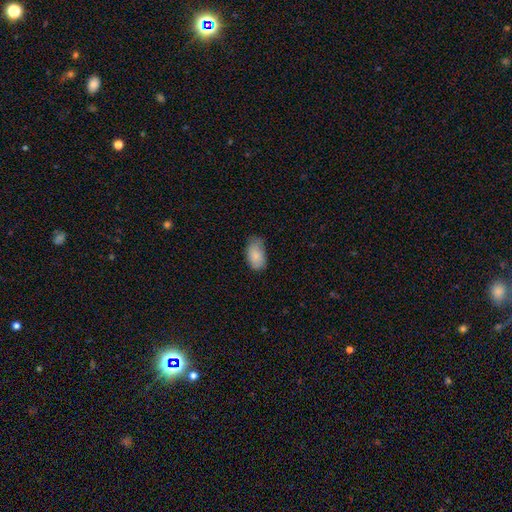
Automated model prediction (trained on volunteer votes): The model was most divided on "merging": none: 57%, minor disturbance: 35%, major disturbance: 7%, merger: 1%. More confident: how rounded — in between (93%); smooth or featured — smooth (85%).